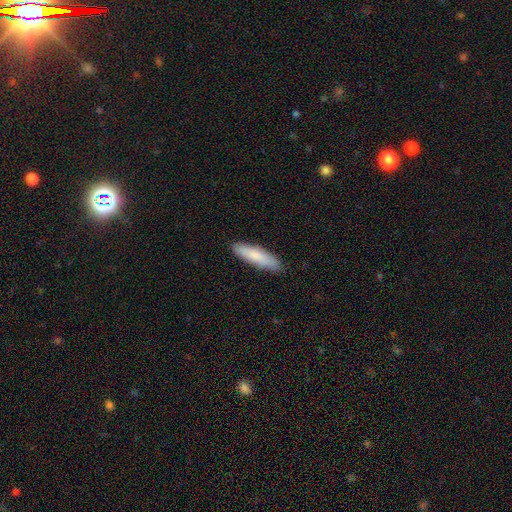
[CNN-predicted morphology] Smooth or featured?
  - smooth: 83% *
  - featured or disk: 12%
  - star or artifact: 5%
How rounded?
  - cigar-shaped: 72% *
  - in between: 27%
  - round: 1%
Merging?
  - none: 88% *
  - minor disturbance: 9%
  - major disturbance: 2%
  - merger: 1%